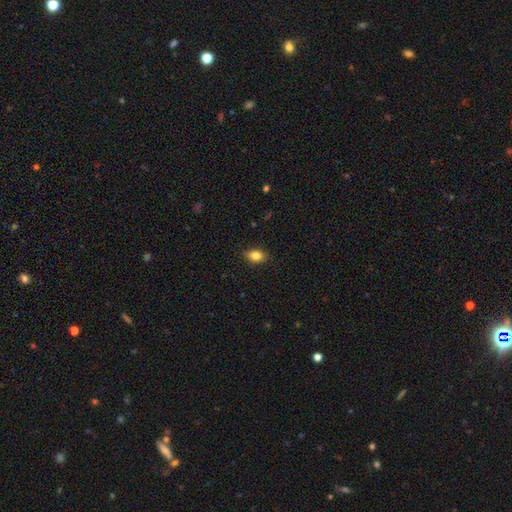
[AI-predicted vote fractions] Morphology: type=smooth (81%); roundness=in between (82%); merging=none (86%).